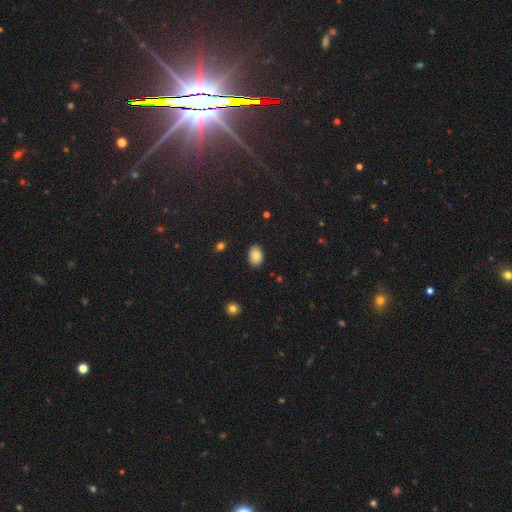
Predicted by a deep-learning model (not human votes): Q: Smooth or featured?
A: smooth (86%); runner-up: star or artifact (9%)
Q: How rounded?
A: in between (82%); runner-up: round (17%)
Q: Merging?
A: none (88%); runner-up: minor disturbance (9%)